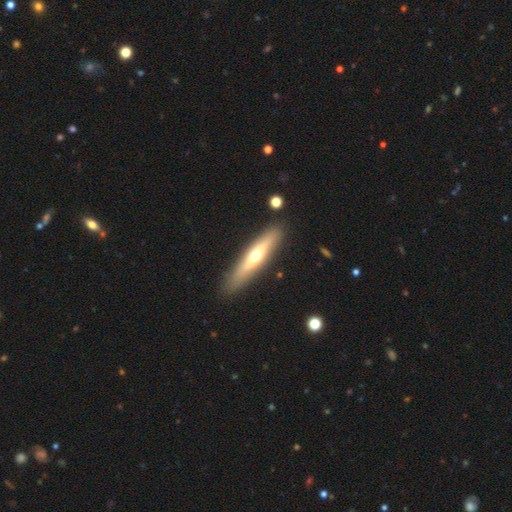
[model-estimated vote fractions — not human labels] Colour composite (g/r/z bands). It shows a featured or disk galaxy (54%) viewed edge-on (84%). Merging: none (87%).